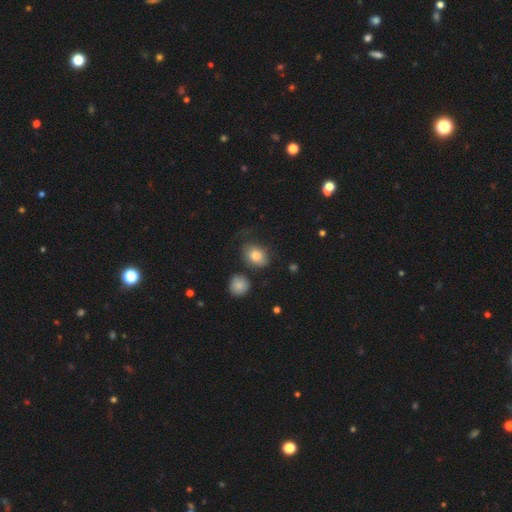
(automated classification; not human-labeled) smooth_or_featured: smooth (p=0.80) [alt: featured or disk p=0.11]
how_rounded: in between (p=0.55) [alt: round p=0.44]
merging: none (p=0.60) [alt: minor disturbance p=0.23]